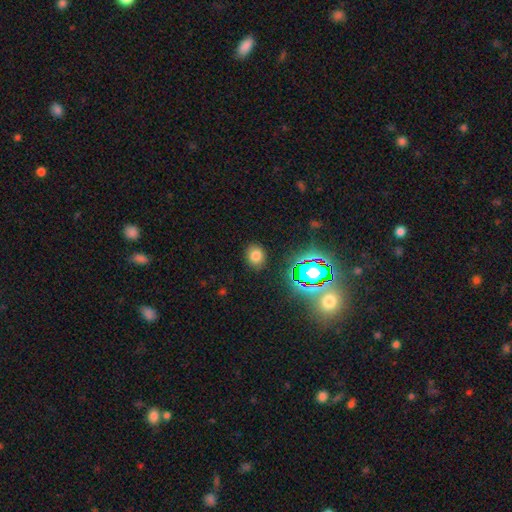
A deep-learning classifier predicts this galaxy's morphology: Smooth or featured?
  - smooth: 72% *
  - star or artifact: 20%
  - featured or disk: 8%
How rounded?
  - round: 59% *
  - in between: 40%
  - cigar-shaped: 1%
Merging?
  - none: 87% *
  - minor disturbance: 9%
  - major disturbance: 3%
  - merger: 2%